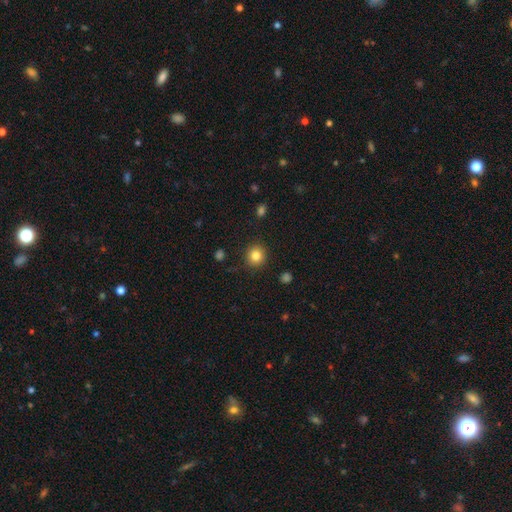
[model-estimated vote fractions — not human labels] smooth-or-featured: smooth: 84% | star or artifact: 11% | featured or disk: 6%
  how-rounded: round: 90% | in between: 9% | cigar-shaped: 1%
  merging: none: 90% | minor disturbance: 6% | major disturbance: 2% | merger: 1%